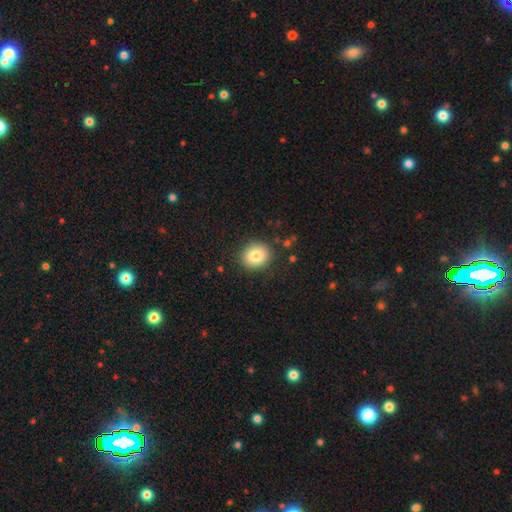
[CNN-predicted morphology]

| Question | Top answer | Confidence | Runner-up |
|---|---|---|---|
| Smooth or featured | smooth | 81% | star or artifact (10%) |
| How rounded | round | 78% | in between (21%) |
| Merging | none | 88% | minor disturbance (8%) |